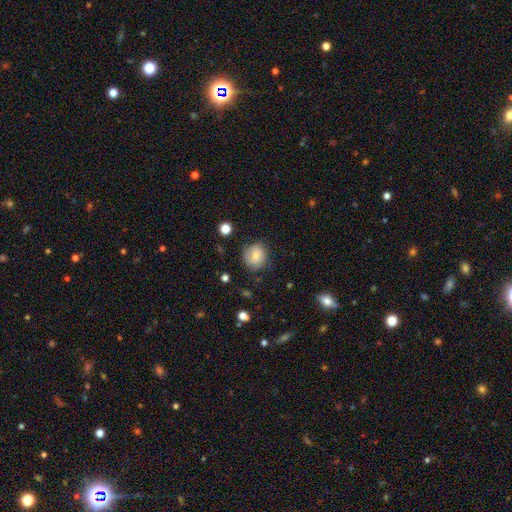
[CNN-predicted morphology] A smooth galaxy with no disk features (75%) that is round (81%). Merging: none (71%).